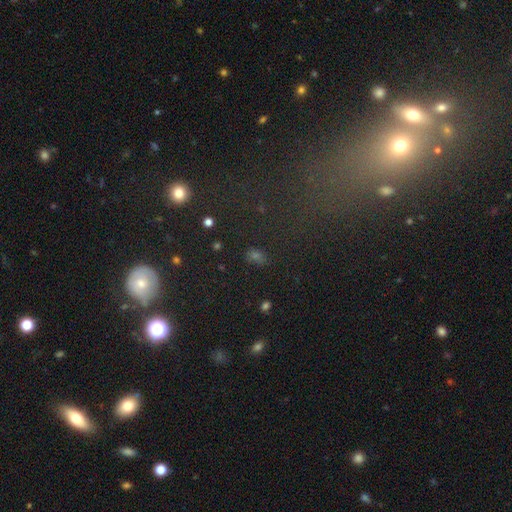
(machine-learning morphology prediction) The model was most divided on "smooth or featured": smooth: 52%, star or artifact: 36%, featured or disk: 12%. More confident: merging — none (77%); how rounded — in between (72%).